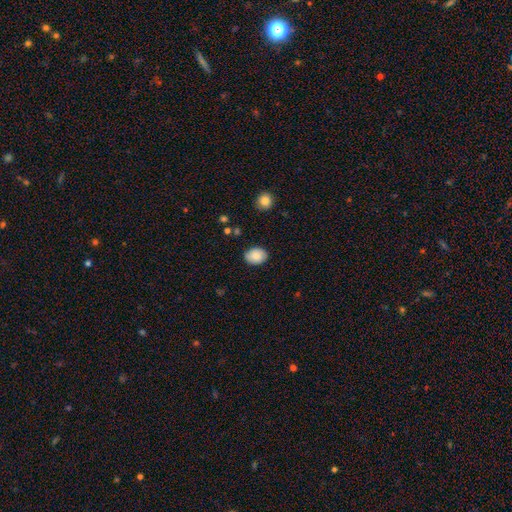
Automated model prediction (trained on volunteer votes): smooth_or_featured: smooth (p=0.86) [alt: star or artifact p=0.07]
how_rounded: in between (p=0.60) [alt: round p=0.39]
merging: none (p=0.86) [alt: minor disturbance p=0.11]